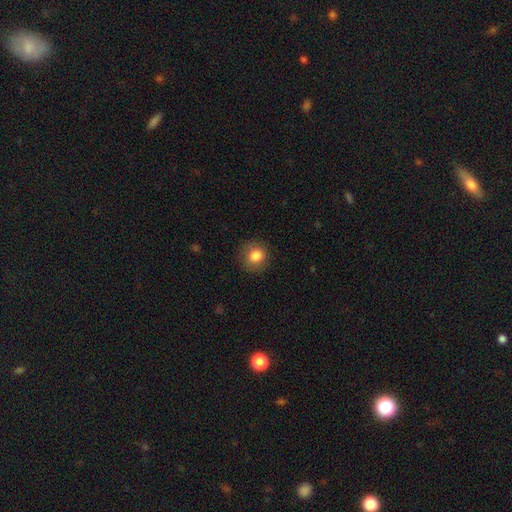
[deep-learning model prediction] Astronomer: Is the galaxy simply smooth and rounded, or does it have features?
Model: smooth — 83%.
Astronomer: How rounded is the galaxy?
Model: round — 88%.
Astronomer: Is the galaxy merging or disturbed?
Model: none — 86%.